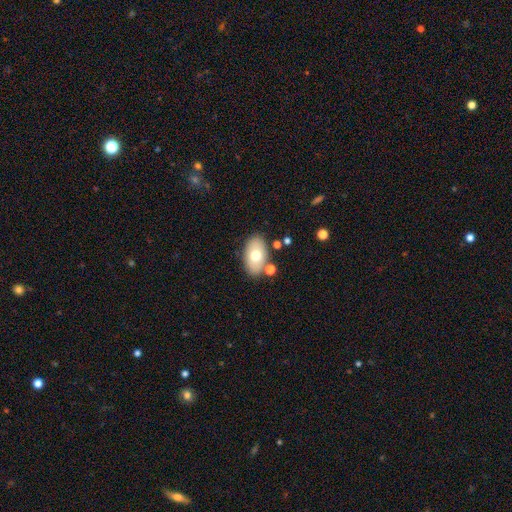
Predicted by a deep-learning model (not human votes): The model was most divided on "smooth or featured": smooth: 69%, featured or disk: 23%, star or artifact: 8%. More confident: how rounded — in between (91%); merging — none (80%).